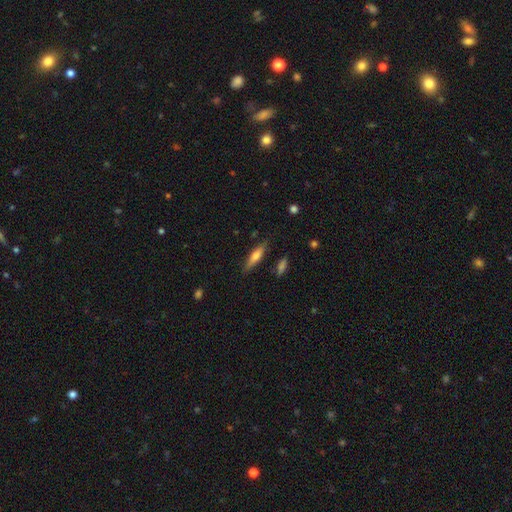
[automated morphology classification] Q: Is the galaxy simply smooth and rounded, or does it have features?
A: smooth — 60%.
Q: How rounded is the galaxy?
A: cigar-shaped — 74%.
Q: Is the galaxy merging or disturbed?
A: none — 81%.